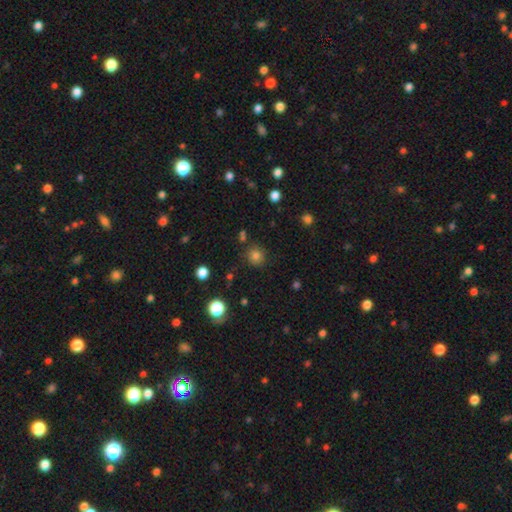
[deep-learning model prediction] The model was most divided on "smooth or featured": smooth: 79%, star or artifact: 15%, featured or disk: 6%. More confident: how rounded — round (91%); merging — none (83%).